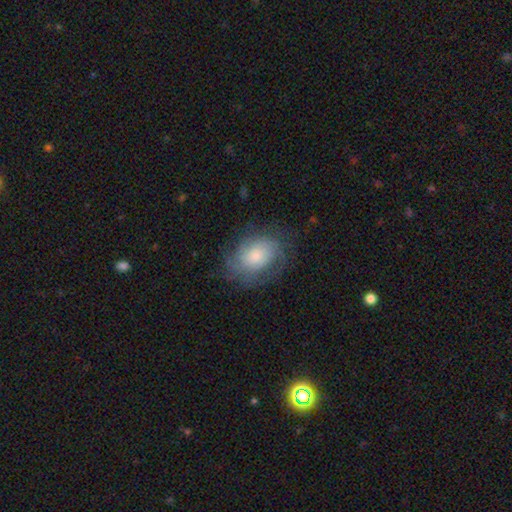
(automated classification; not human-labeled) Smooth or featured? Predicted: featured or disk (p=0.46). Merging? Predicted: none (p=0.67).